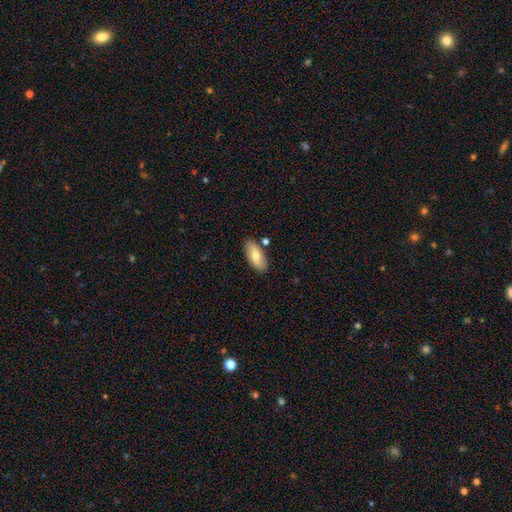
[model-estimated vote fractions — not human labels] Smooth or featured?
  - smooth: 66% *
  - featured or disk: 28%
  - star or artifact: 6%
How rounded?
  - in between: 86% *
  - cigar-shaped: 11%
  - round: 3%
Merging?
  - none: 84% *
  - minor disturbance: 11%
  - merger: 4%
  - major disturbance: 2%